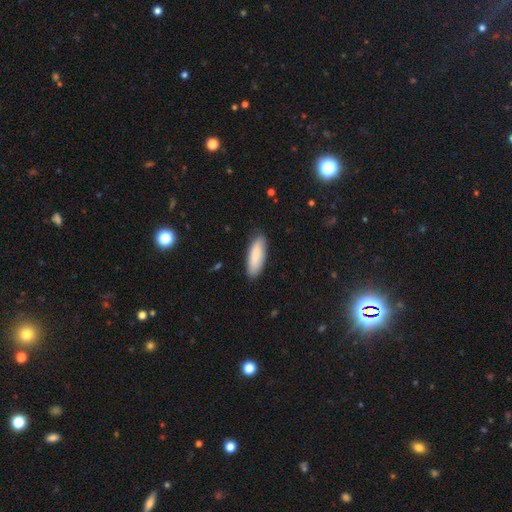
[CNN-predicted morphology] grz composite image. It shows a smooth galaxy with no disk features (85%) that is in between round and cigar-shaped (61%). Merging: none (86%).